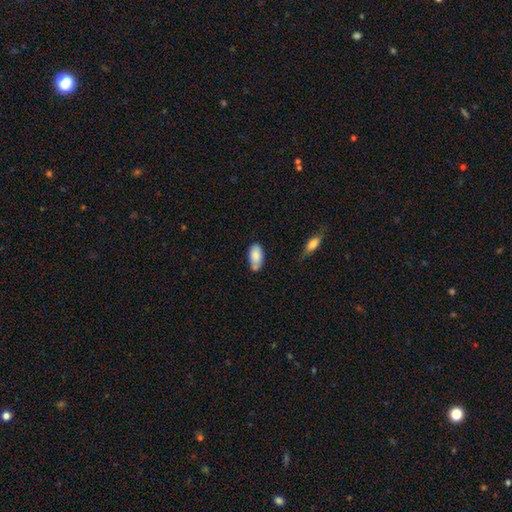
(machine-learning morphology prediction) This is clearly a smooth galaxy (84%). How rounded: clearly in between (94%). Merging: likely none (60%).